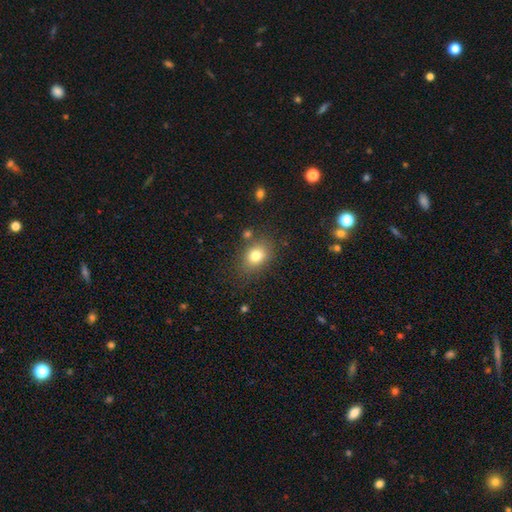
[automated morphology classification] Smooth or featured? Predicted: smooth (p=0.78). How rounded? Predicted: in between (p=0.59). Merging? Predicted: none (p=0.77).